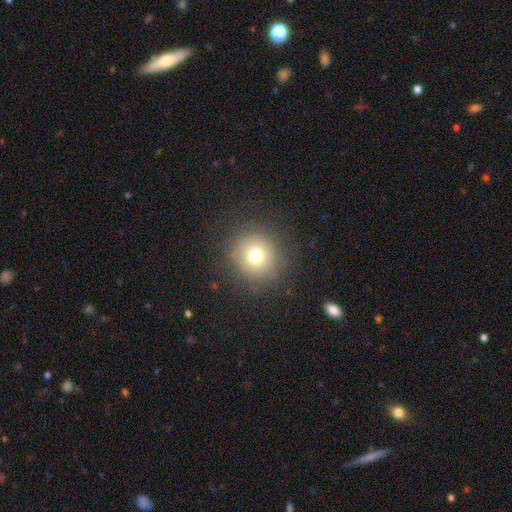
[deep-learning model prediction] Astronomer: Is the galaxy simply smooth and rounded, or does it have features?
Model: smooth — 72%.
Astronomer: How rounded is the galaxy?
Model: round — 93%.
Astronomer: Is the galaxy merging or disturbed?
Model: none — 87%.